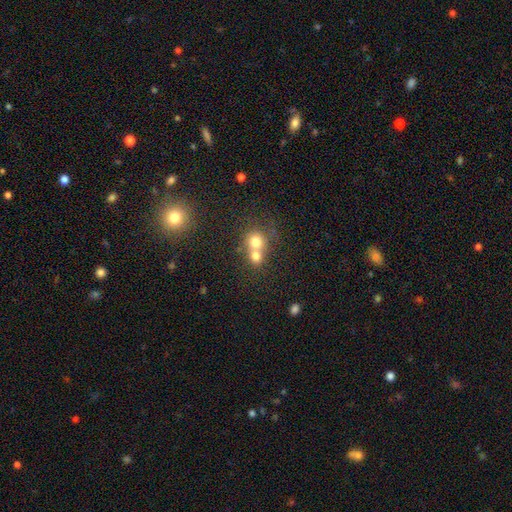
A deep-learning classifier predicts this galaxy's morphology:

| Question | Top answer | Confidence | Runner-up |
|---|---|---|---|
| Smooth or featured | smooth | 73% | featured or disk (15%) |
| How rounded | round | 80% | in between (19%) |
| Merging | merger | 64% | none (28%) |